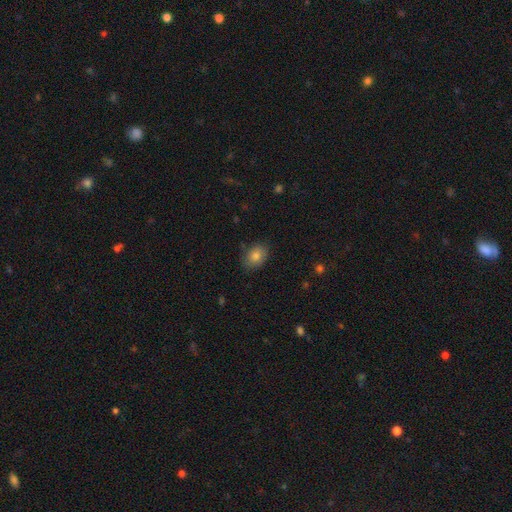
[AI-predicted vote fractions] Overall: smooth (82%). How rounded: in between (68%; round 31%). Merging: none (81%).